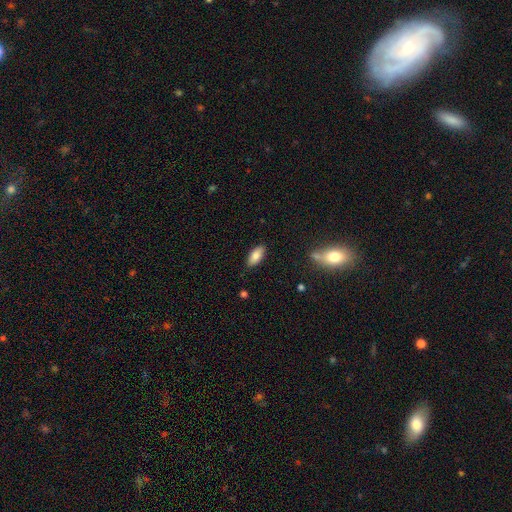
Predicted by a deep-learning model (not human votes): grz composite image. It shows a smooth galaxy with no disk features (83%) that is in between round and cigar-shaped (89%). Merging: none (85%).